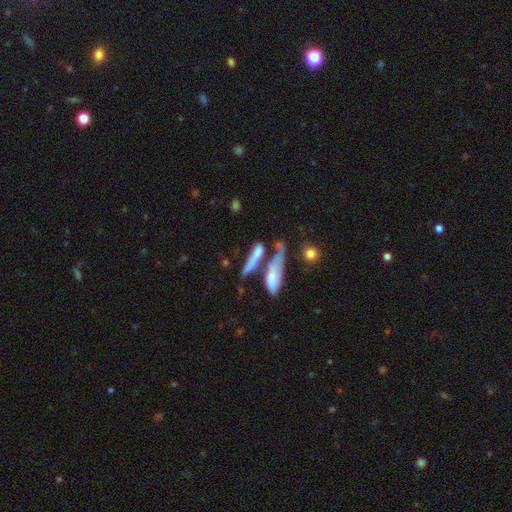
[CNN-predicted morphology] Smooth or featured?
  - smooth: 60% *
  - featured or disk: 31%
  - star or artifact: 9%
How rounded?
  - cigar-shaped: 69% *
  - in between: 26%
  - round: 4%
Merging?
  - merger: 39% *
  - none: 35%
  - minor disturbance: 15%
  - major disturbance: 11%